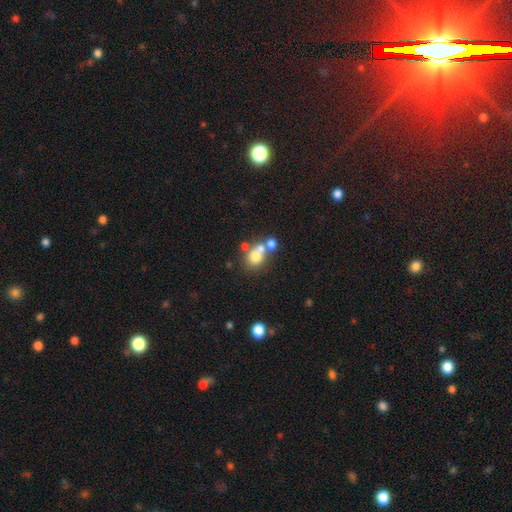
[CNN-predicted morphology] Smooth or featured? smooth (68%)
How rounded? round (73%)
Merging? merger (46%)